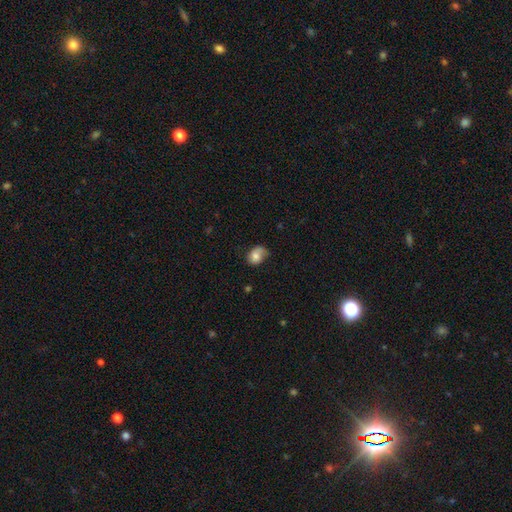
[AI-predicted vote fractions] A smooth galaxy with no disk features (69%) that is in between round and cigar-shaped (60%). Merging: none (48%).